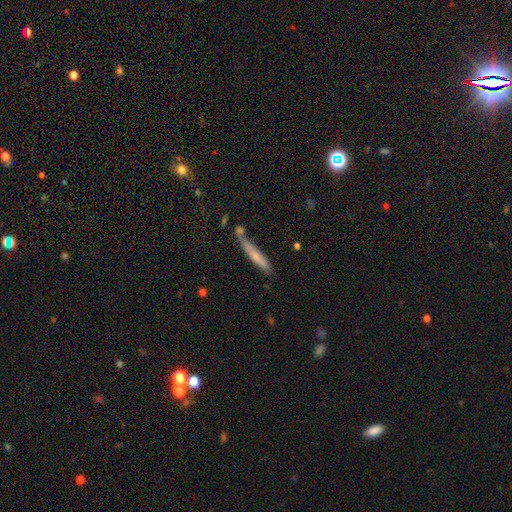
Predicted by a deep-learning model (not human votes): This is likely a smooth galaxy (65%). How rounded: clearly cigar-shaped (94%). Merging: likely none (63%).